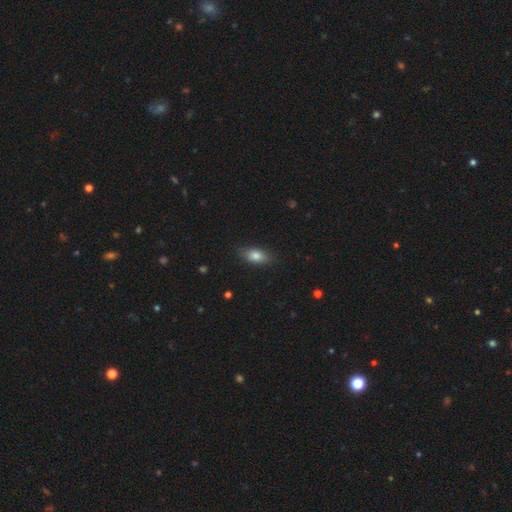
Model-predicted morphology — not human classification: A smooth galaxy with no disk features (80%) that is in between round and cigar-shaped (85%).

Vote fractions:
- Smooth or featured? smooth: 80% / featured or disk: 11% / star or artifact: 8%
- How rounded? in between: 85% / cigar-shaped: 8% / round: 7%
- Merging? none: 83% / minor disturbance: 13% / major disturbance: 3% / merger: 1%